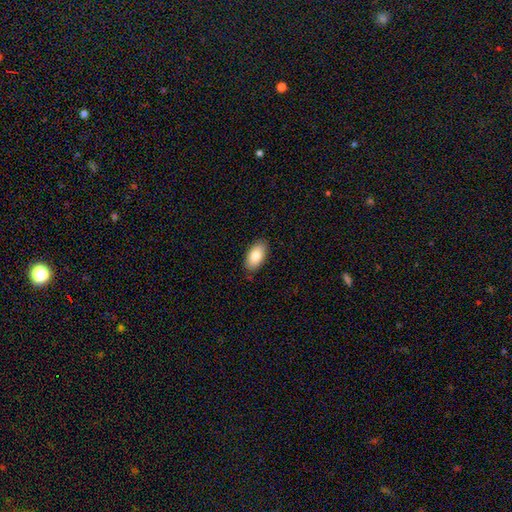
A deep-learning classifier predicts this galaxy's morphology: This appears to be a smooth galaxy with no disk features (82%) that is in between round and cigar-shaped (94%). Merging: none (87%).